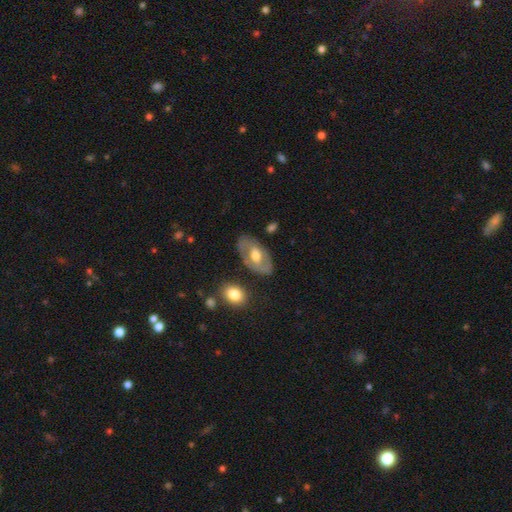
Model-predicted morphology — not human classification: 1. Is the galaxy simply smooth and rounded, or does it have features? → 60% featured or disk, 35% smooth, 5% star or artifact.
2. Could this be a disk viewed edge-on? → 90% no, 10% yes.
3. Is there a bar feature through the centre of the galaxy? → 53% no, 33% weak, 14% strong.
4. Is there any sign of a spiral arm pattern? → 61% no, 39% yes.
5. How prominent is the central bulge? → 71% moderate, 15% large, 12% small, 1% none, 1% dominant.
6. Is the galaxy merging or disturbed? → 75% none, 16% minor disturbance, 6% major disturbance, 3% merger.